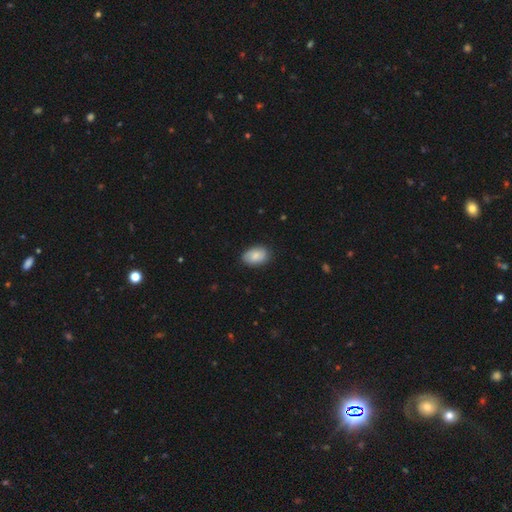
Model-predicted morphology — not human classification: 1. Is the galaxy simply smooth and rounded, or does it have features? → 79% smooth, 14% featured or disk, 7% star or artifact.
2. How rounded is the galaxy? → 88% in between, 11% round, 1% cigar-shaped.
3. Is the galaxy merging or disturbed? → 81% none, 16% minor disturbance, 3% major disturbance, 1% merger.